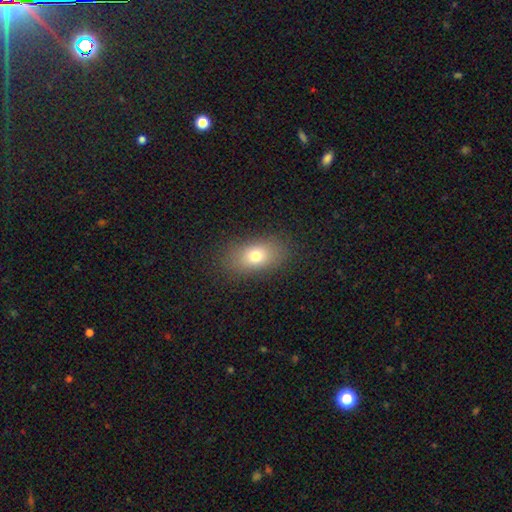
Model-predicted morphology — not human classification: A smooth galaxy with no disk features (75%) that is in between round and cigar-shaped (81%). Merging: none (85%).